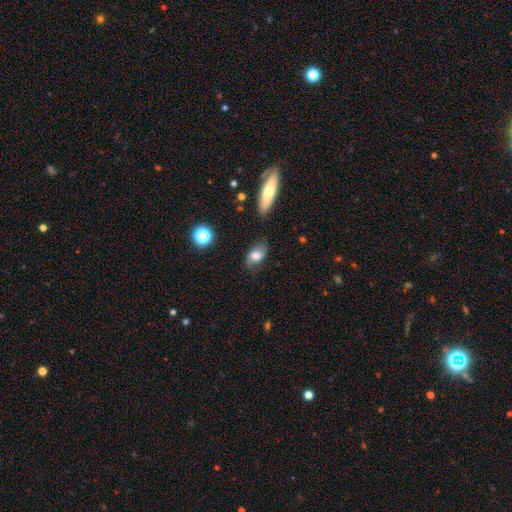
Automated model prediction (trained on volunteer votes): Smooth or featured? smooth (69%)
How rounded? in between (86%)
Merging? none (69%)